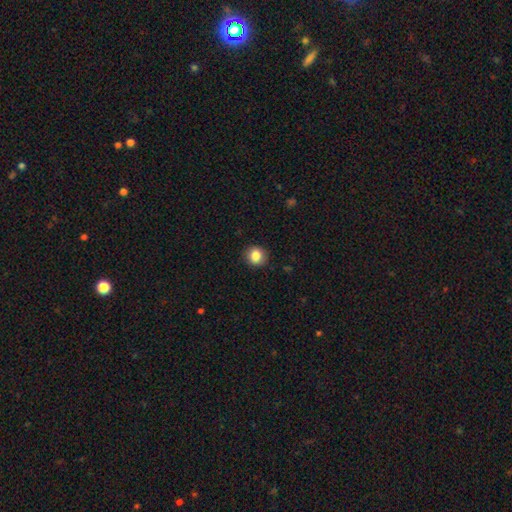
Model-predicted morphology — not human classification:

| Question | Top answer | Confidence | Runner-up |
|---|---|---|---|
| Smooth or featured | smooth | 85% | star or artifact (10%) |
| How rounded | round | 88% | in between (11%) |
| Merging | none | 90% | minor disturbance (7%) |